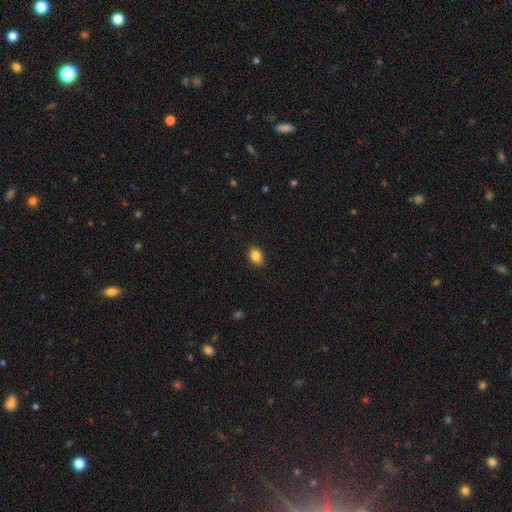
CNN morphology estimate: This appears to be a smooth galaxy with no disk features (85%) that is in between round and cigar-shaped (66%). Merging: none (88%).